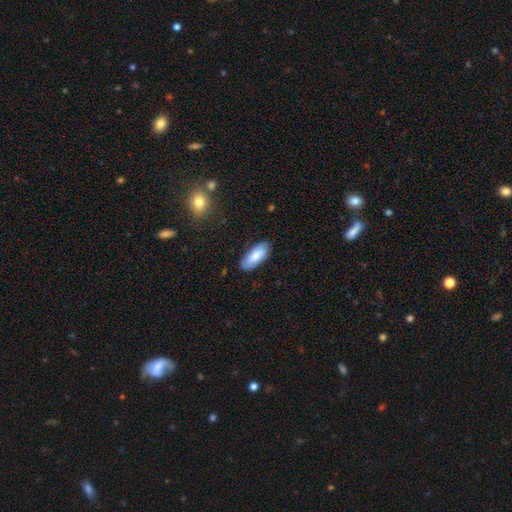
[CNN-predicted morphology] Smooth or featured: smooth — 80% (featured or disk — 14%)
How rounded: in between — 84% (cigar-shaped — 15%)
Merging: none — 85% (minor disturbance — 11%)